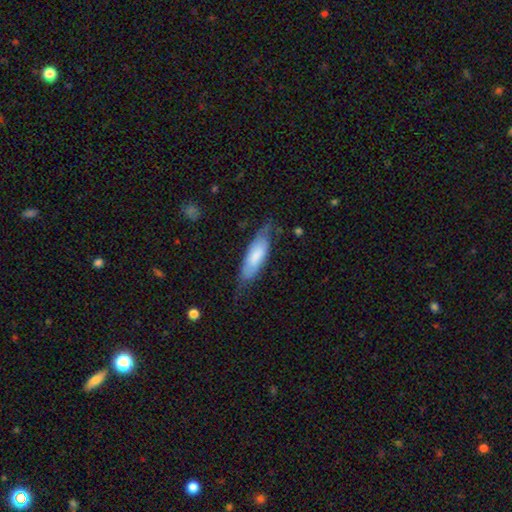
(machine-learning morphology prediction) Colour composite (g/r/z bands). It shows a smooth galaxy with no disk features (65%) that is in between round and cigar-shaped (54%). Merging: none (60%).